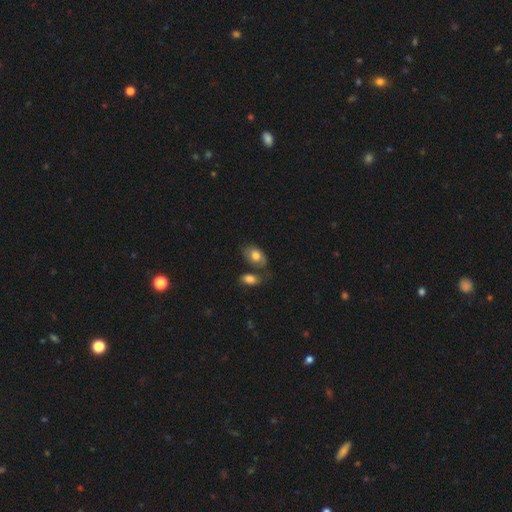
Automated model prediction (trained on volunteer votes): A smooth galaxy with no disk features (73%) that is in between round and cigar-shaped (87%). Merging: none (53%).